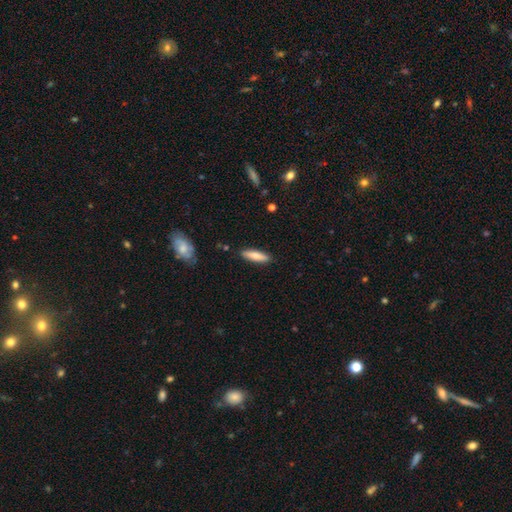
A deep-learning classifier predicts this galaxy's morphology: Smooth or featured? Predicted: smooth (p=0.79). How rounded? Predicted: cigar-shaped (p=0.67). Merging? Predicted: none (p=0.88).